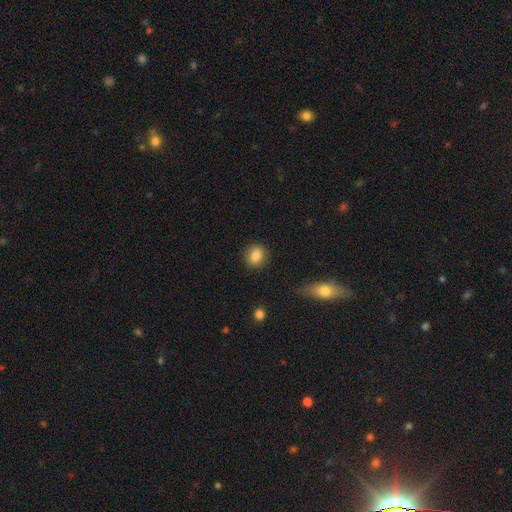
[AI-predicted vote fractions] Morphology: type=smooth (84%); roundness=round (75%); merging=none (87%).